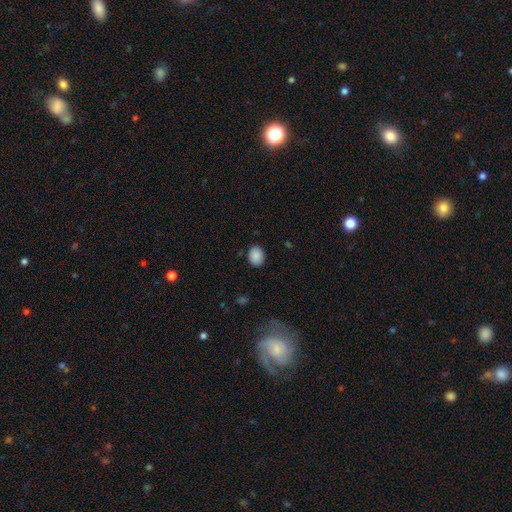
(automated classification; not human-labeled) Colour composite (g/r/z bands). It shows a smooth galaxy with no disk features (89%) that is in between round and cigar-shaped (60%). Merging: none (86%).